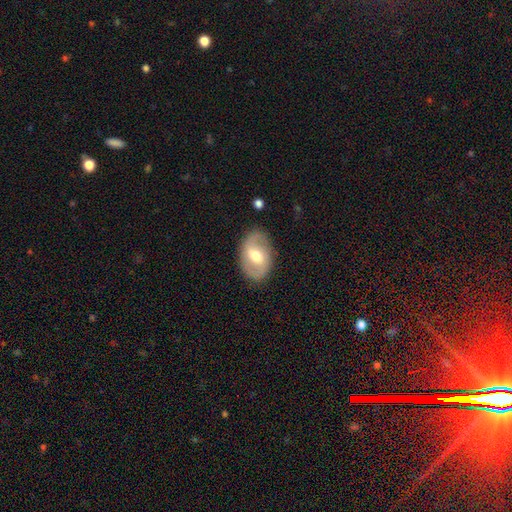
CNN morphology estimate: Smooth or featured: featured or disk — 64% (smooth — 30%)
Edge-on disk: no — 95% (yes — 5%)
Bar: weak — 50% (strong — 27%)
Spiral arms: yes — 72% (no — 28%)
Bulge size: moderate — 72% (small — 15%)
Merging: none — 82% (minor disturbance — 12%)